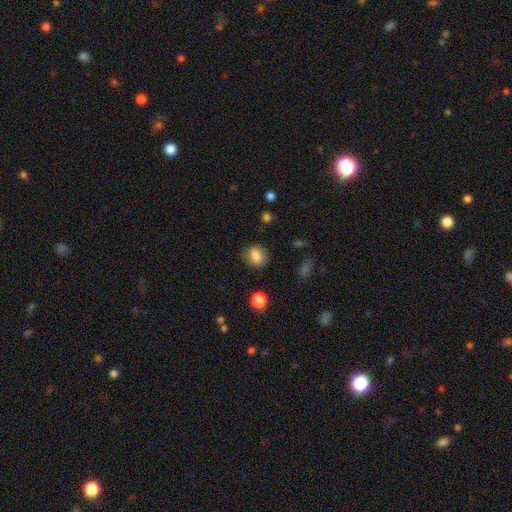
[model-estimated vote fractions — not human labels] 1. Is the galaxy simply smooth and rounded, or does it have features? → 84% smooth, 10% star or artifact, 7% featured or disk.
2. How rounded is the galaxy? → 54% round, 44% in between, 1% cigar-shaped.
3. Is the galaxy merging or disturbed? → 81% none, 13% minor disturbance, 4% major disturbance, 2% merger.